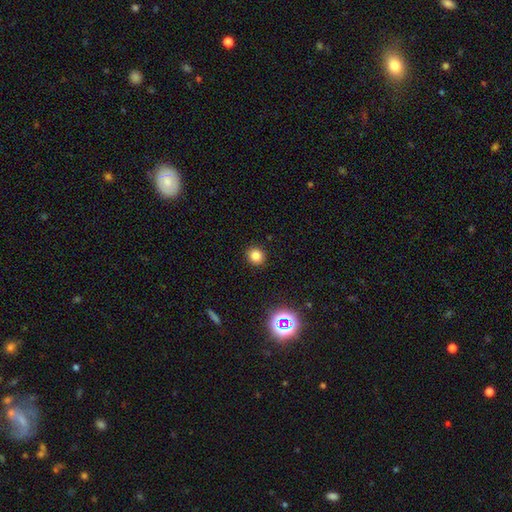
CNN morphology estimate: Smooth or featured? Predicted: smooth (p=0.80). How rounded? Predicted: round (p=0.87). Merging? Predicted: none (p=0.91).